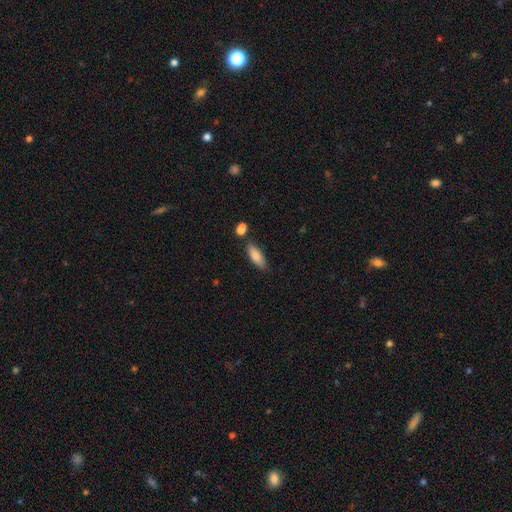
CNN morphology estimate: Smooth or featured: smooth — 84% (featured or disk — 10%)
How rounded: in between — 69% (cigar-shaped — 29%)
Merging: none — 73% (minor disturbance — 15%)